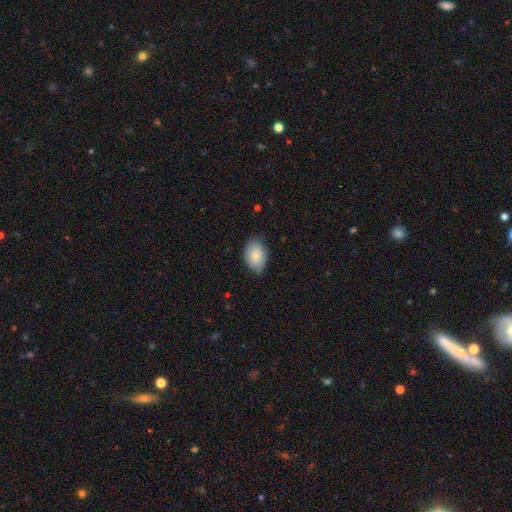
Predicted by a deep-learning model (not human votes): A smooth galaxy with no disk features (81%) that is in between round and cigar-shaped (83%).

Vote fractions:
- Smooth or featured? smooth: 81% / featured or disk: 12% / star or artifact: 7%
- How rounded? in between: 83% / round: 16% / cigar-shaped: 1%
- Merging? none: 72% / minor disturbance: 24% / major disturbance: 3% / merger: 1%